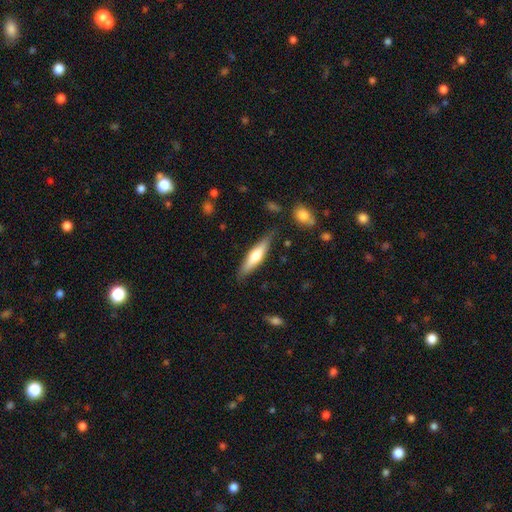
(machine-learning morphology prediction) smooth_or_featured: smooth (p=0.49) [alt: featured or disk p=0.45]
merging: none (p=0.83) [alt: minor disturbance p=0.12]